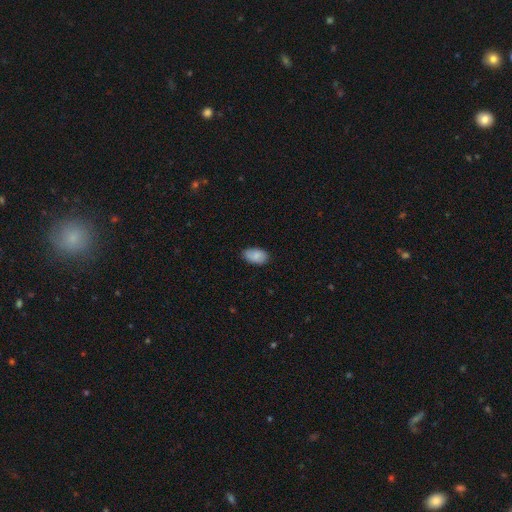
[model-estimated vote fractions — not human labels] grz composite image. It shows a smooth galaxy with no disk features (86%) that is in between round and cigar-shaped (93%). Merging: none (80%).